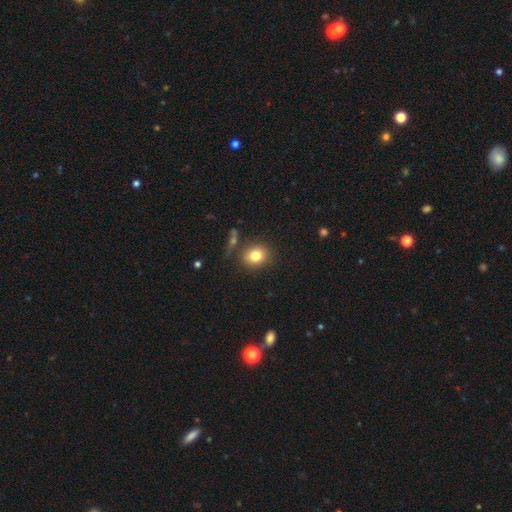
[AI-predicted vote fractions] Smooth or featured?
  - smooth: 80% *
  - star or artifact: 11%
  - featured or disk: 9%
How rounded?
  - round: 68% *
  - in between: 31%
  - cigar-shaped: 1%
Merging?
  - none: 80% *
  - minor disturbance: 10%
  - merger: 6%
  - major disturbance: 3%